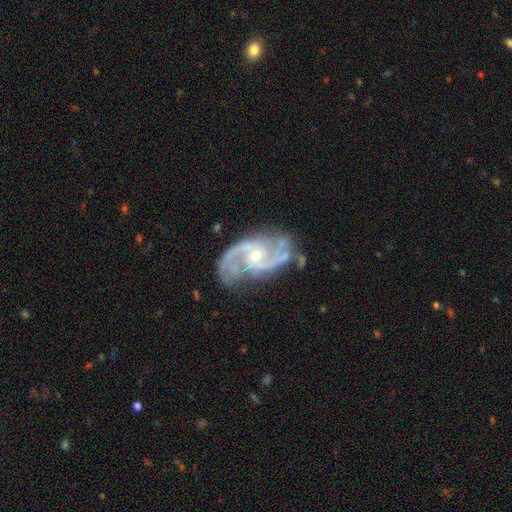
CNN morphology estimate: This is clearly a featured or disk galaxy (92%). It is clearly not viewed edge-on (98%). Bar: possibly no (54%). Spiral arm pattern: clearly yes (98%). Spiral arm count: clearly 2 (85%). Spiral winding: possibly medium (58%). Central bulge: possibly small (57%). Merging: likely none (70%).